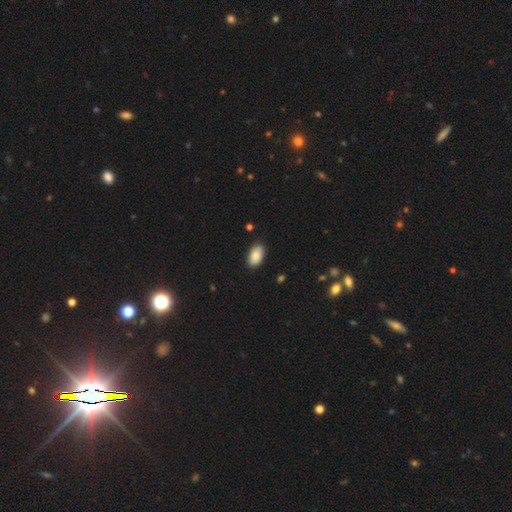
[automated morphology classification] A smooth galaxy with no disk features (87%) that is in between round and cigar-shaped (94%).

Vote fractions:
- Smooth or featured? smooth: 87% / star or artifact: 7% / featured or disk: 6%
- How rounded? in between: 94% / round: 4% / cigar-shaped: 2%
- Merging? none: 85% / minor disturbance: 12% / major disturbance: 2% / merger: 1%